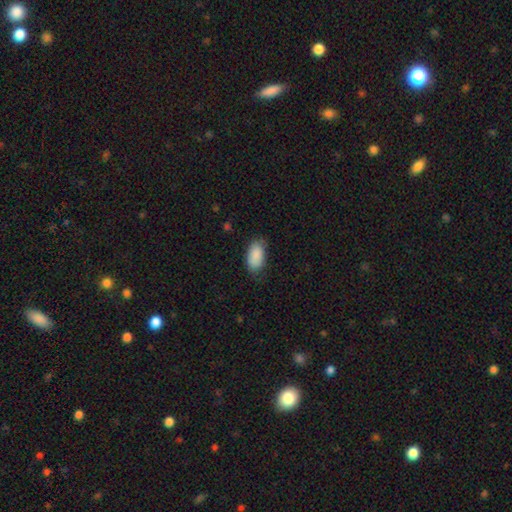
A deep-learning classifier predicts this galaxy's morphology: Smooth or featured? Predicted: smooth (p=0.88). How rounded? Predicted: in between (p=0.94). Merging? Predicted: none (p=0.71).